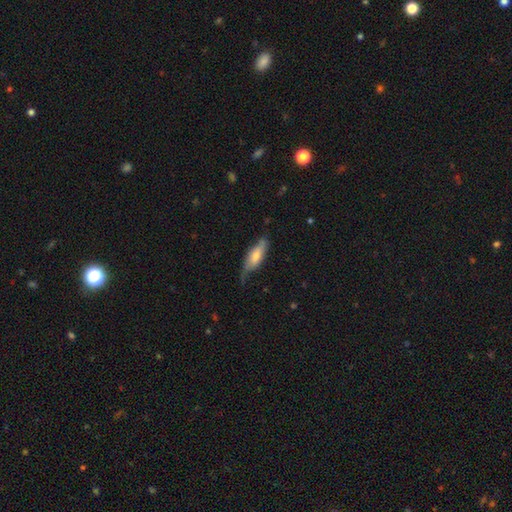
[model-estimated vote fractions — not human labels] smooth-or-featured: smooth: 53% | featured or disk: 41% | star or artifact: 6%
  how-rounded: in between: 60% | cigar-shaped: 37% | round: 2%
  merging: none: 52% | minor disturbance: 34% | major disturbance: 12% | merger: 2%